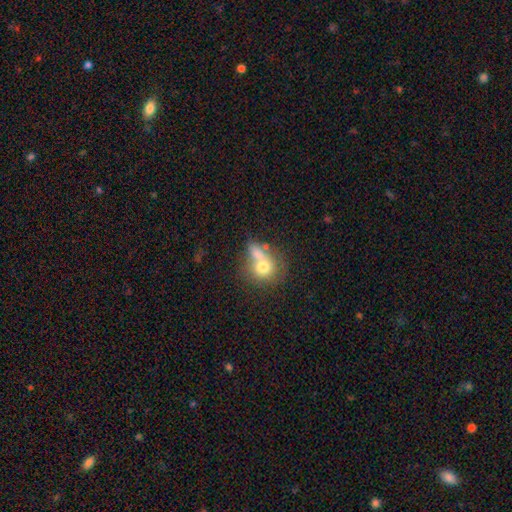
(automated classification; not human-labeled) Q: Smooth or featured?
A: smooth (71%); runner-up: featured or disk (20%)
Q: How rounded?
A: round (61%); runner-up: in between (36%)
Q: Merging?
A: merger (56%); runner-up: none (25%)